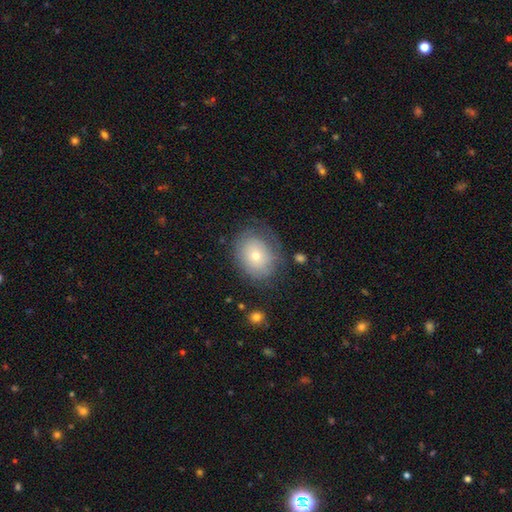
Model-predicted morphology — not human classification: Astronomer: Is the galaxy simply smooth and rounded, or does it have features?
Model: smooth — 63%.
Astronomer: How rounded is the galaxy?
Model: in between — 50% (runner-up: round, 49%).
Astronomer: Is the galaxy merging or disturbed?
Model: none — 64%.